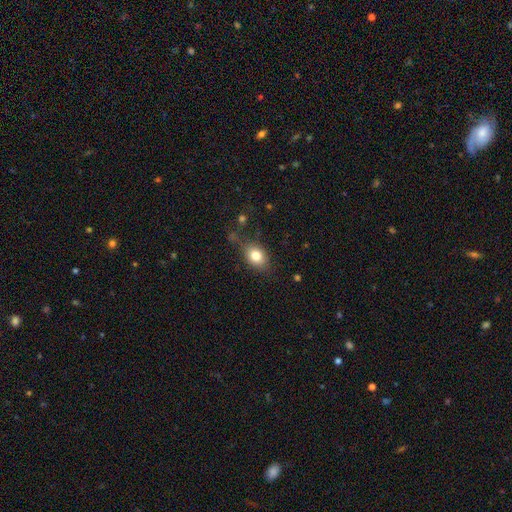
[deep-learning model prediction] A smooth galaxy with no disk features (80%) that is in between round and cigar-shaped (64%).

Vote fractions:
- Smooth or featured? smooth: 80% / featured or disk: 11% / star or artifact: 10%
- How rounded? in between: 64% / round: 35% / cigar-shaped: 2%
- Merging? none: 70% / minor disturbance: 19% / major disturbance: 7% / merger: 4%